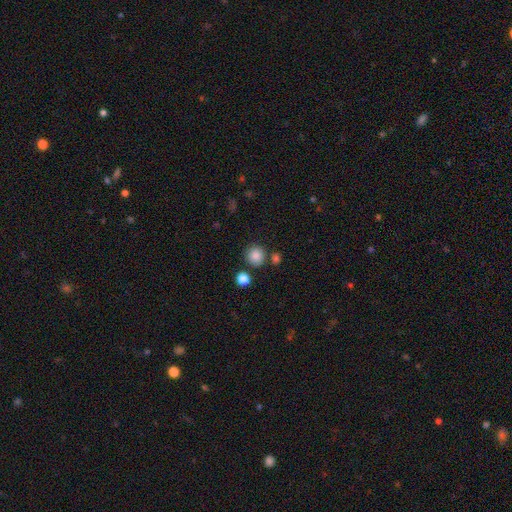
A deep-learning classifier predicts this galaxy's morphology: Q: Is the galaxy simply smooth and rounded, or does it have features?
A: smooth — 85%.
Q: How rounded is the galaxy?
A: round — 92%.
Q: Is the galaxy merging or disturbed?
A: none — 81%.